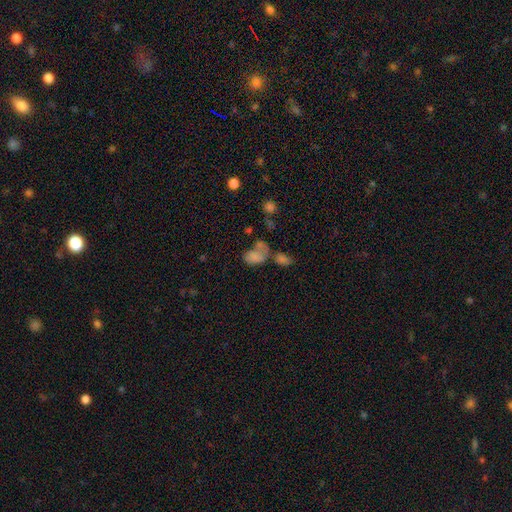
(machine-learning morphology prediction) Q: Smooth or featured?
A: smooth (71%); runner-up: featured or disk (16%)
Q: How rounded?
A: in between (79%); runner-up: round (20%)
Q: Merging?
A: merger (45%); runner-up: none (25%)